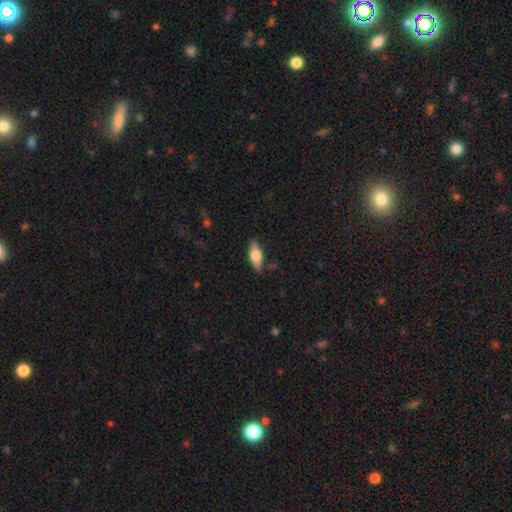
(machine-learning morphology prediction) The model was most divided on "smooth or featured": smooth: 59%, featured or disk: 35%, star or artifact: 6%. More confident: merging — none (83%); how rounded — in between (72%).